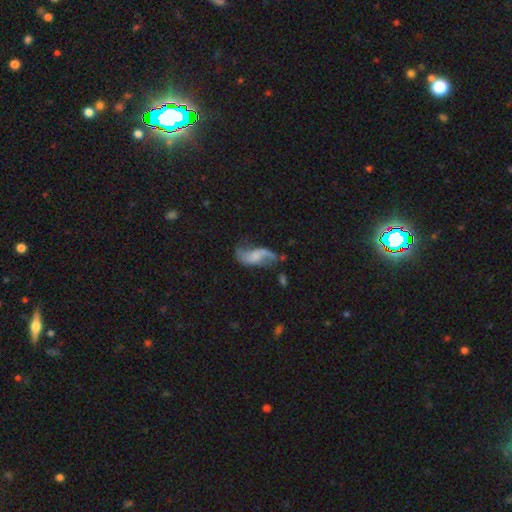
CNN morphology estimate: The model was most divided on "bar": no: 49%, weak: 38%, strong: 14%. Remaining: edge-on disk — no (95%); spiral arms — yes (88%); spiral arm count — 2 (88%); spiral winding — loose (85%); smooth or featured — featured or disk (71%); merging — none (50%); bulge size — none (48%).